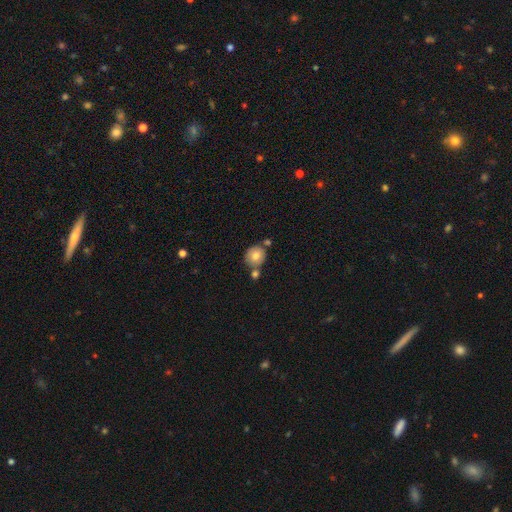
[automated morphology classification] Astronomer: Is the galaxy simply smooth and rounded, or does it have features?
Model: smooth — 77%.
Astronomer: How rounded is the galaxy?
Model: round — 88%.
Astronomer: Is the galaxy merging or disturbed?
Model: none — 66%.